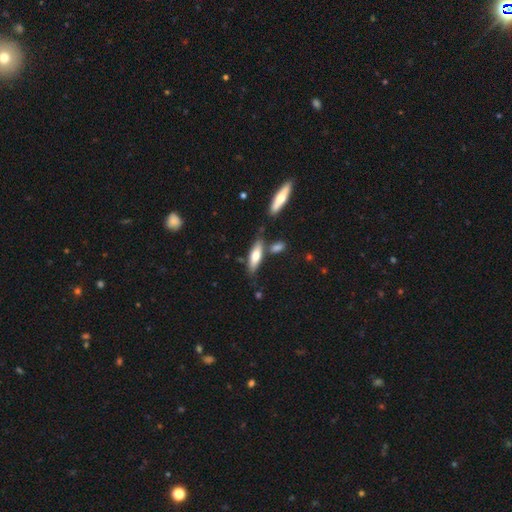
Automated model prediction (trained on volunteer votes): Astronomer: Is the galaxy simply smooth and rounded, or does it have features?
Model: smooth — 66%.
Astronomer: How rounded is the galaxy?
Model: cigar-shaped — 53% (runner-up: in between, 45%).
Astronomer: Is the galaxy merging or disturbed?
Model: none — 71%.